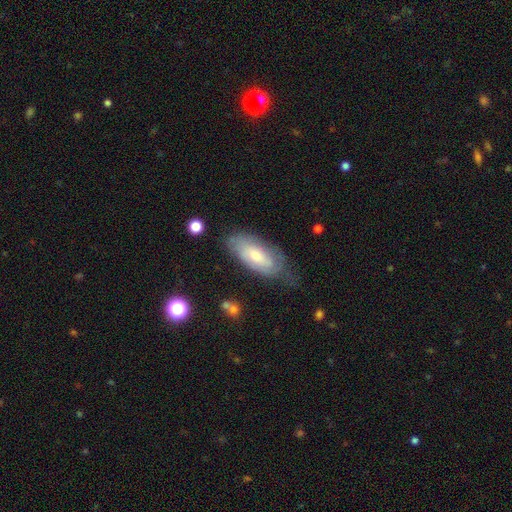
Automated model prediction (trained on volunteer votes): Smooth or featured?
  - smooth: 51% *
  - featured or disk: 42%
  - star or artifact: 7%
How rounded?
  - in between: 85% *
  - cigar-shaped: 13%
  - round: 3%
Merging?
  - none: 57% *
  - minor disturbance: 29%
  - major disturbance: 12%
  - merger: 2%